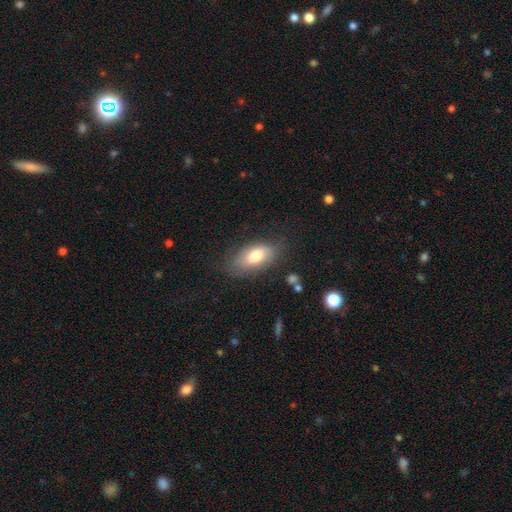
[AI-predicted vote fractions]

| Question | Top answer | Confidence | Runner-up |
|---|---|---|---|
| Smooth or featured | smooth | 74% | featured or disk (20%) |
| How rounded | in between | 90% | cigar-shaped (6%) |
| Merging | none | 68% | minor disturbance (22%) |